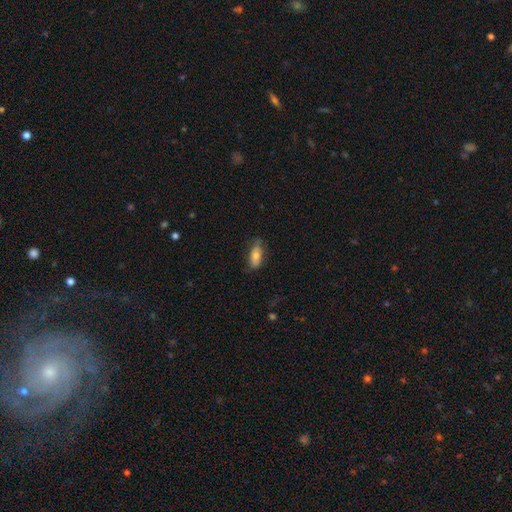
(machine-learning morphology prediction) This is likely a smooth galaxy (69%). How rounded: clearly in between (83%). Merging: likely none (69%).